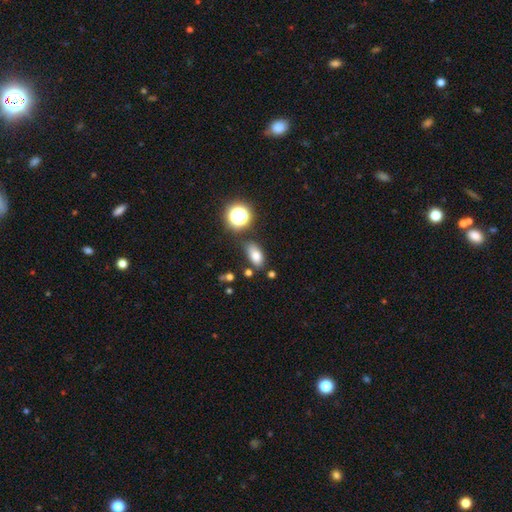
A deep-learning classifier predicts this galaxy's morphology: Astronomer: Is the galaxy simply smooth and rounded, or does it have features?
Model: smooth — 76%.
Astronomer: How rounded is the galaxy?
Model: in between — 84%.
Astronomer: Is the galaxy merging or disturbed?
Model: none — 72%.